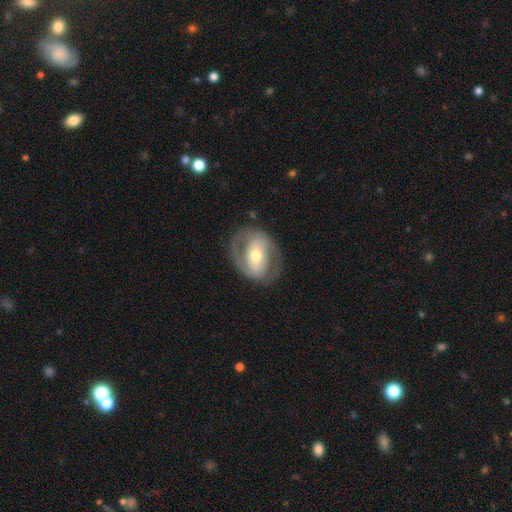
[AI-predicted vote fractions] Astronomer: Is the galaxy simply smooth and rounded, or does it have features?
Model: featured or disk — 73%.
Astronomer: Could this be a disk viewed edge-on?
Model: no — 95%.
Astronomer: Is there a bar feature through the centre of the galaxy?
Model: strong — 36% (runner-up: weak, 32%).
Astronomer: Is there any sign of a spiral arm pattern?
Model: yes — 70%.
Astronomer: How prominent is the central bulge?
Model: moderate — 67%.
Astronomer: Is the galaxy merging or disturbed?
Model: none — 73%.